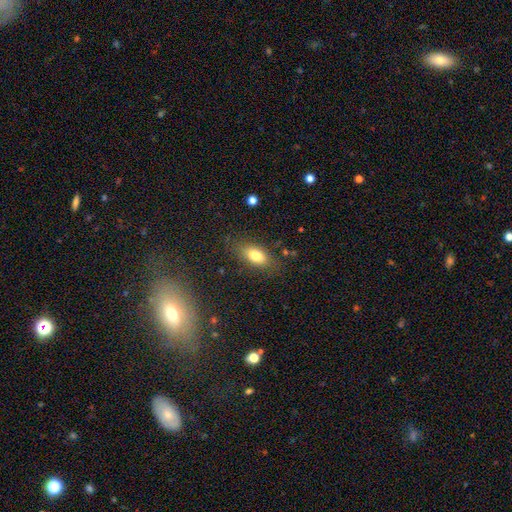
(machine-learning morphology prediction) Smooth or featured? smooth (79%)
How rounded? in between (87%)
Merging? none (81%)